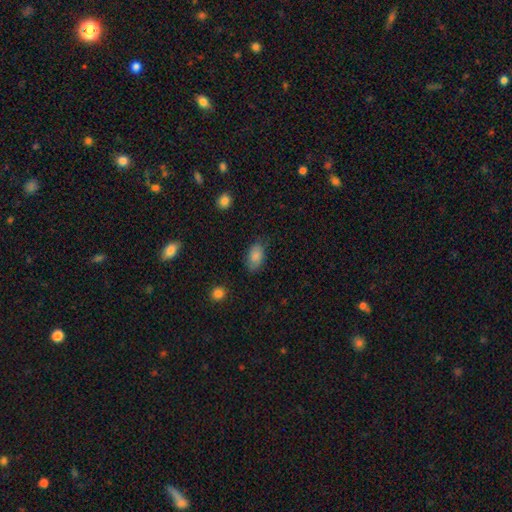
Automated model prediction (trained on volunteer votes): Smooth or featured? Predicted: smooth (p=0.84). How rounded? Predicted: in between (p=0.92). Merging? Predicted: none (p=0.75).